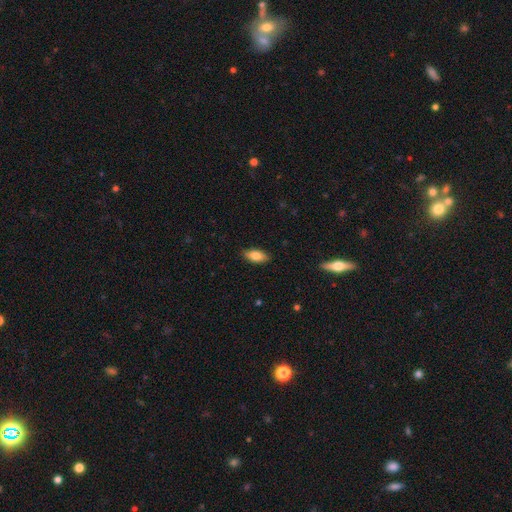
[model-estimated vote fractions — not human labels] Overall: smooth (83%). How rounded: in between (87%). Merging: none (87%).